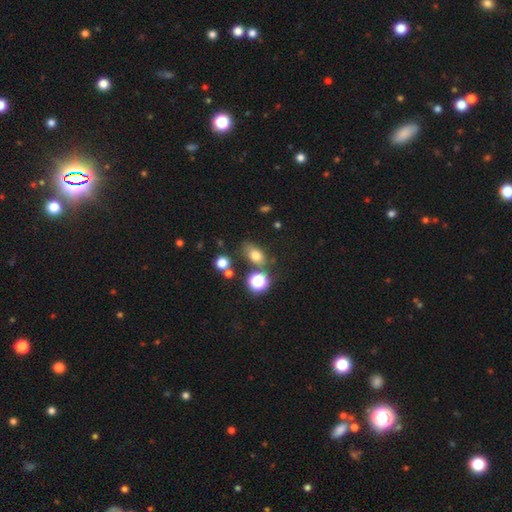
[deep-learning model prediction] Overall: smooth (72%). How rounded: in between (71%). Merging: none (62%).